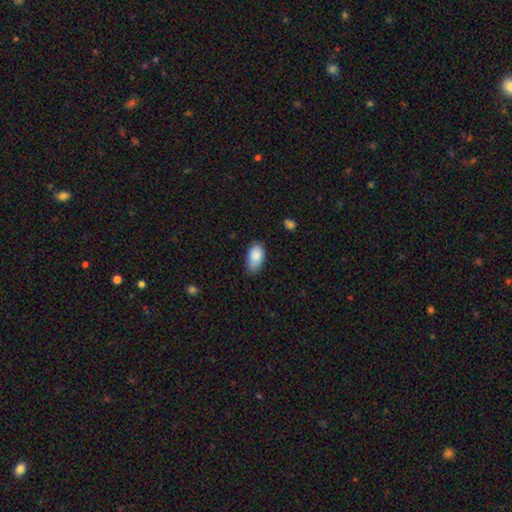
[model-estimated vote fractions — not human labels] Smooth or featured? Predicted: smooth (p=0.87). How rounded? Predicted: in between (p=0.94). Merging? Predicted: none (p=0.69).